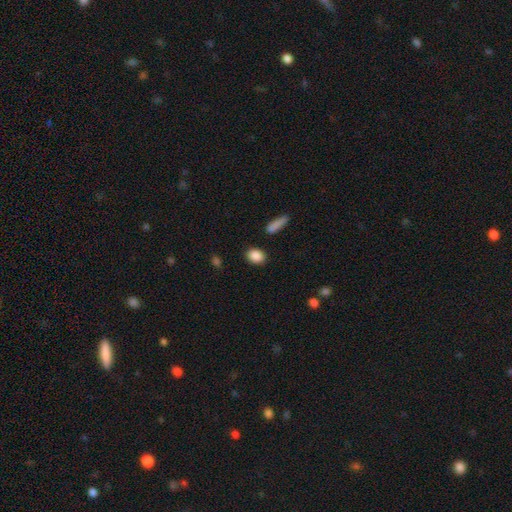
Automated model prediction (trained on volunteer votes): A smooth galaxy with no disk features (88%) that is in between round and cigar-shaped (59%). Merging: none (86%).